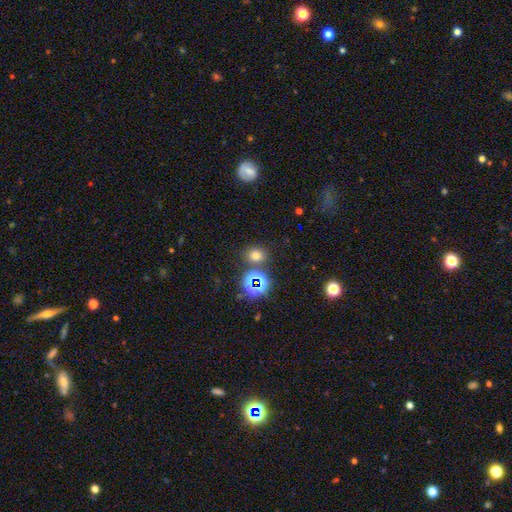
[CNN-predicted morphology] smooth-or-featured: smooth: 66% | star or artifact: 27% | featured or disk: 7%
  how-rounded: round: 68% | in between: 31% | cigar-shaped: 1%
  merging: none: 78% | merger: 9% | minor disturbance: 9% | major disturbance: 3%